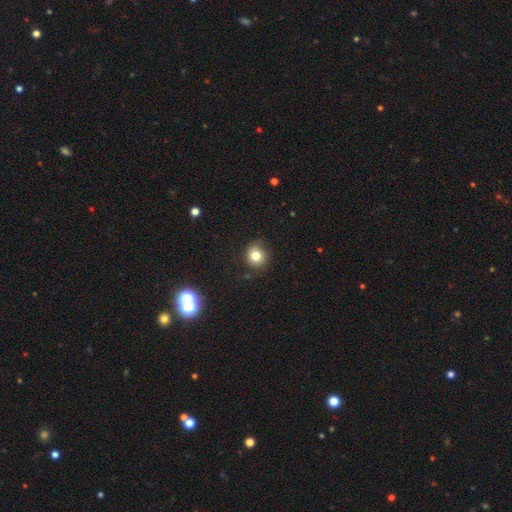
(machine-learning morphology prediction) The model was most divided on "merging": none: 79%, minor disturbance: 15%, major disturbance: 4%, merger: 2%. More confident: how rounded — round (86%); smooth or featured — smooth (78%).